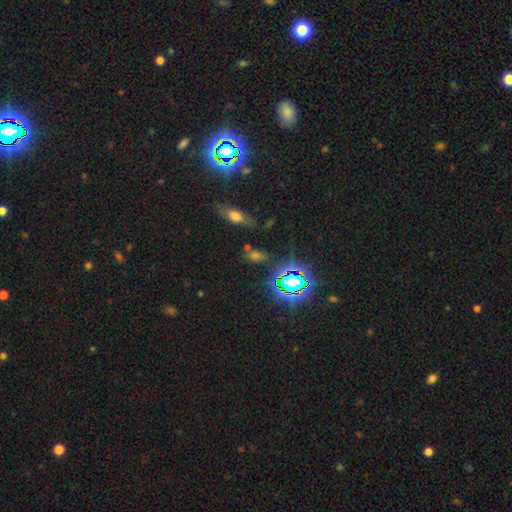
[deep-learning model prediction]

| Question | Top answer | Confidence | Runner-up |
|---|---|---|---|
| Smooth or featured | star or artifact | 52% | smooth (34%) |